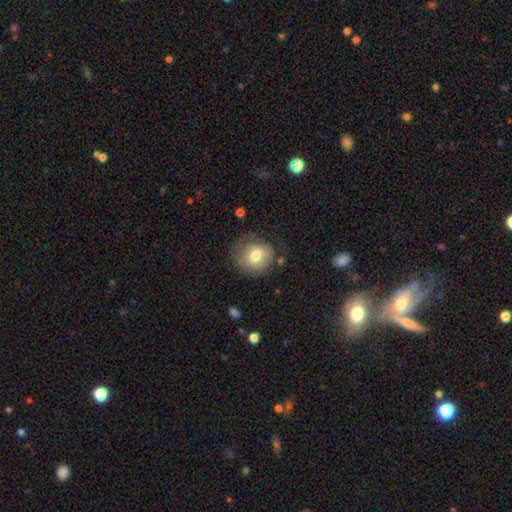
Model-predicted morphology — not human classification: Smooth or featured: smooth — 74% (featured or disk — 18%)
How rounded: round — 80% (in between — 19%)
Merging: none — 69% (minor disturbance — 21%)